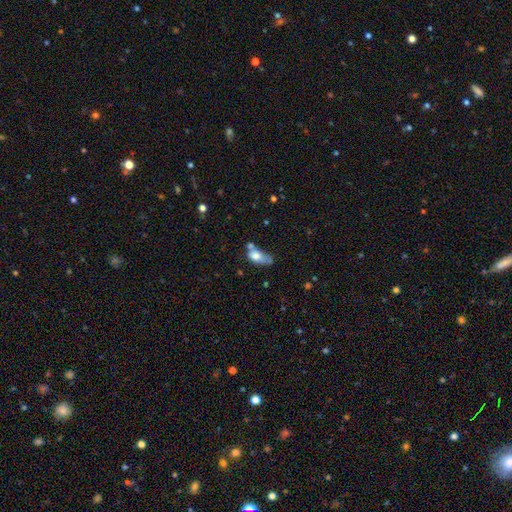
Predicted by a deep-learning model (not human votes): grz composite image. It shows a smooth galaxy with no disk features (69%) that is in between round and cigar-shaped (83%). Merging: merger (30%).